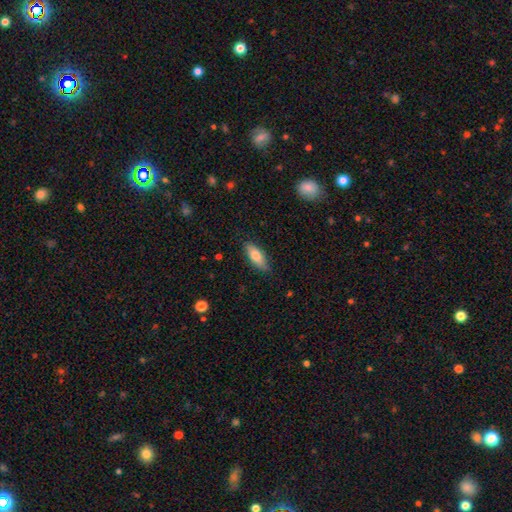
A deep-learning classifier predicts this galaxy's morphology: This is likely a smooth galaxy (75%). How rounded: likely in between (72%). Merging: clearly none (83%).